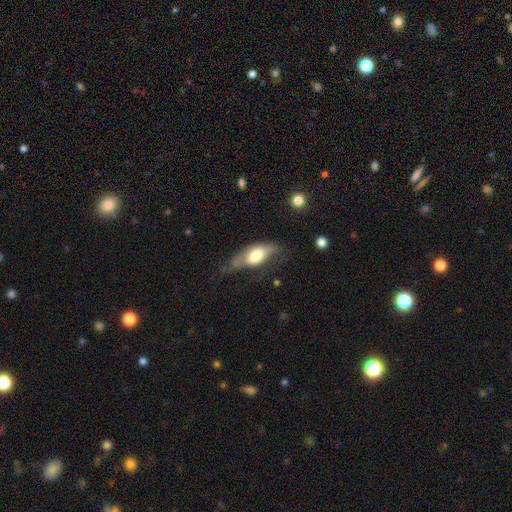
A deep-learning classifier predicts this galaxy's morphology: The model was most divided on "merging": none: 36%, minor disturbance: 34%, major disturbance: 26%, merger: 3%. More confident: how rounded — in between (80%); smooth or featured — smooth (60%).